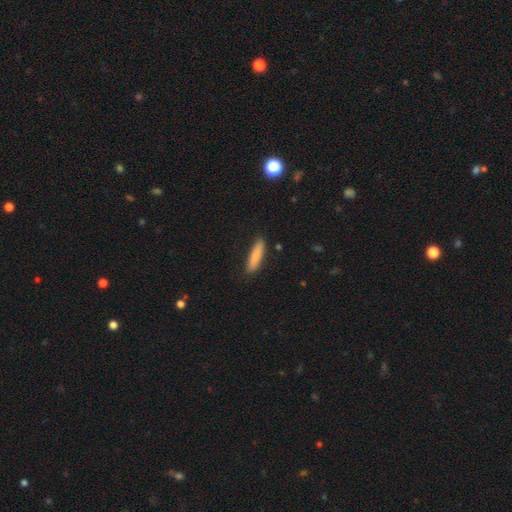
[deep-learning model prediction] smooth 84%, featured or disk 10%, star or artifact 6%. Down the decision tree: how rounded — cigar-shaped (80%); merging — none (85%).